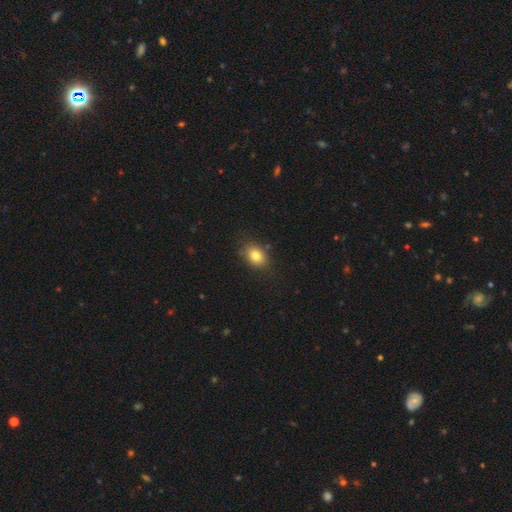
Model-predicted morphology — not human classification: smooth-or-featured: smooth: 81% | star or artifact: 10% | featured or disk: 9%
  how-rounded: in between: 62% | round: 37% | cigar-shaped: 1%
  merging: none: 81% | minor disturbance: 14% | major disturbance: 3% | merger: 2%